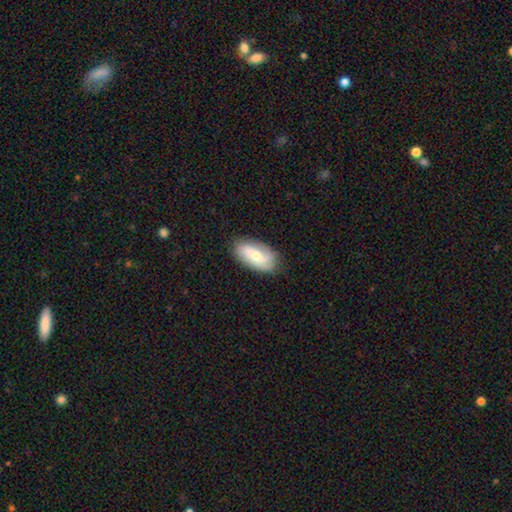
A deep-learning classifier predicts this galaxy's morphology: type=featured or disk (55%); edge-on=no (93%); bar=no (54%); spiral arms=yes (87%); bulge=small (48%); merging=none (79%).